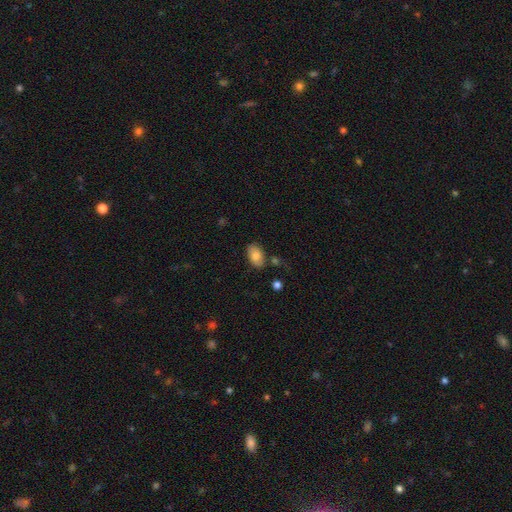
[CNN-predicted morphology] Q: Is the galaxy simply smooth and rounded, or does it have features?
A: smooth — 83%.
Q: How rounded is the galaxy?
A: in between — 93%.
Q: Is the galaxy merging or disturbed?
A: none — 80%.